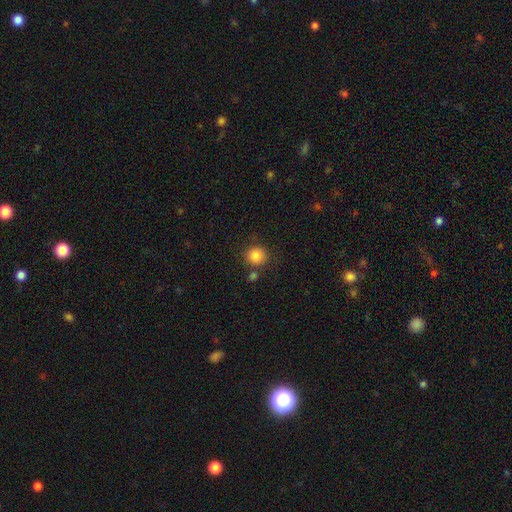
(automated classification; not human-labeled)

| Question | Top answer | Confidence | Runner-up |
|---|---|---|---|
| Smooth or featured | smooth | 85% | star or artifact (10%) |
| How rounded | round | 90% | in between (9%) |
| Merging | none | 79% | minor disturbance (9%) |